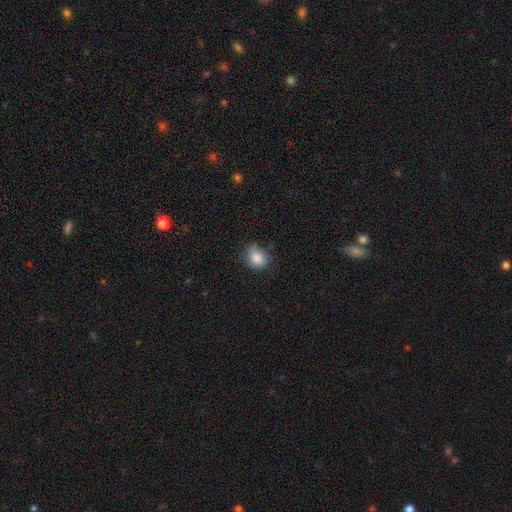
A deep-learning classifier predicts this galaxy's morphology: A smooth galaxy with no disk features (85%) that is round (61%).

Vote fractions:
- Smooth or featured? smooth: 85% / star or artifact: 9% / featured or disk: 6%
- How rounded? round: 61% / in between: 38% / cigar-shaped: 1%
- Merging? none: 70% / minor disturbance: 23% / major disturbance: 5% / merger: 1%